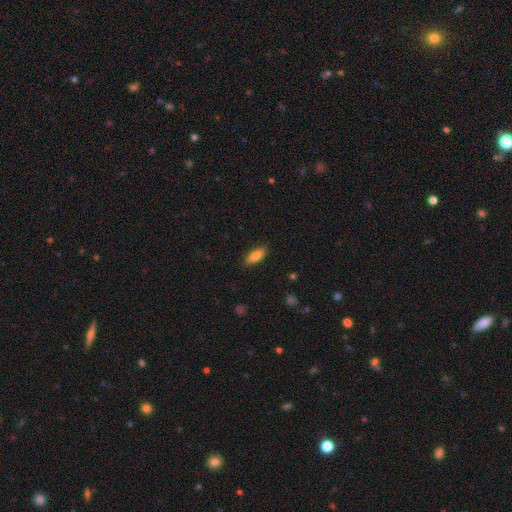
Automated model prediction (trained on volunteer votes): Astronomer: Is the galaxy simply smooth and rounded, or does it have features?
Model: smooth — 80%.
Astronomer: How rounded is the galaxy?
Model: in between — 71%.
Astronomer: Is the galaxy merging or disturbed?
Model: none — 87%.